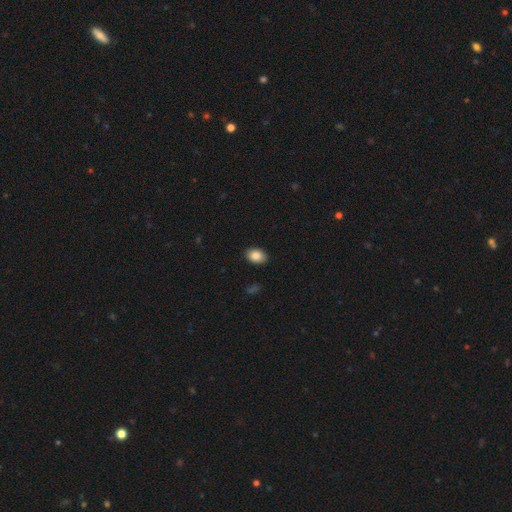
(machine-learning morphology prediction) Smooth or featured: smooth — 87% (star or artifact — 8%)
How rounded: in between — 77% (round — 22%)
Merging: none — 89% (minor disturbance — 8%)